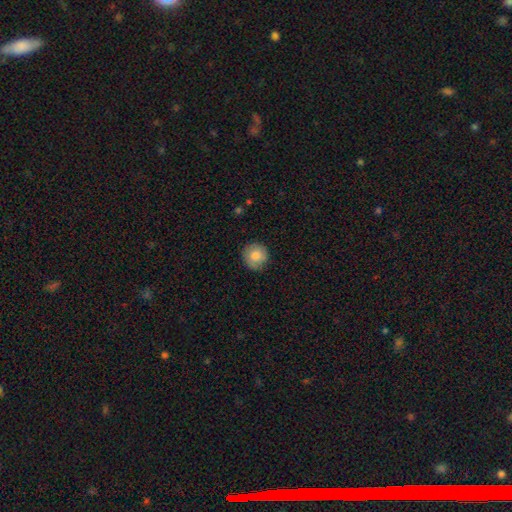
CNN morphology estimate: Overall: smooth (80%). How rounded: round (92%). Merging: none (81%).